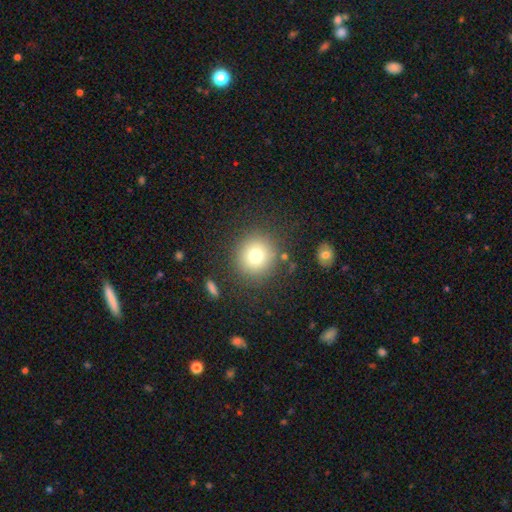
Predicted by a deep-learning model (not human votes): Morphology: type=smooth (74%); roundness=round (91%); merging=none (84%).